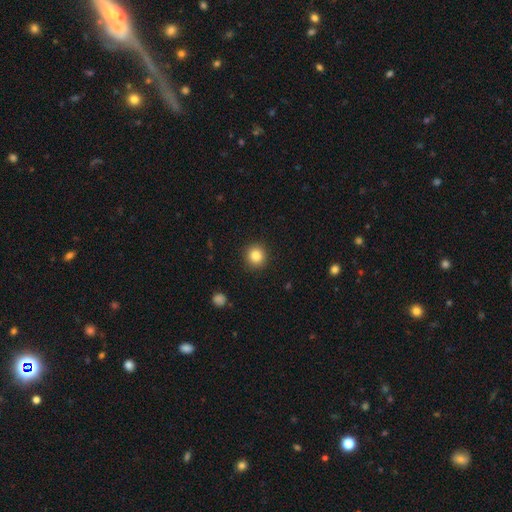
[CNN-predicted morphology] Overall: smooth (85%). How rounded: round (91%). Merging: none (91%).